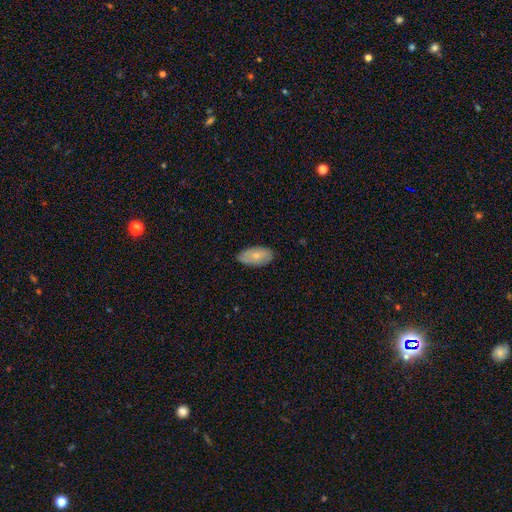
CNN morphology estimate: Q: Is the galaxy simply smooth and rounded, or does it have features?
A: smooth — 67%.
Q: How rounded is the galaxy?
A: in between — 93%.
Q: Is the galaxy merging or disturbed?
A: none — 81%.